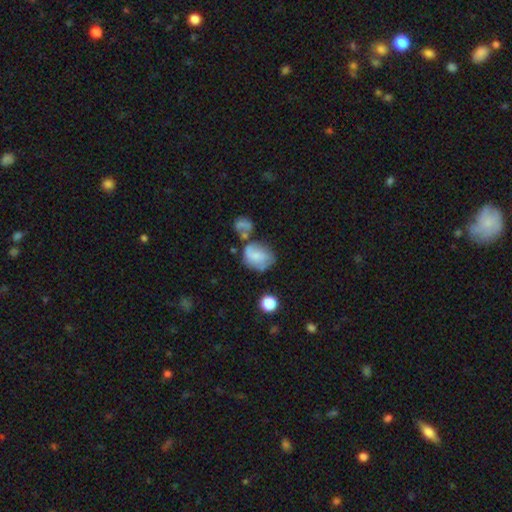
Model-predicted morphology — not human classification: Q: Smooth or featured?
A: smooth (55%); runner-up: featured or disk (35%)
Q: How rounded?
A: in between (58%); runner-up: round (41%)
Q: Merging?
A: none (33%); runner-up: minor disturbance (25%)